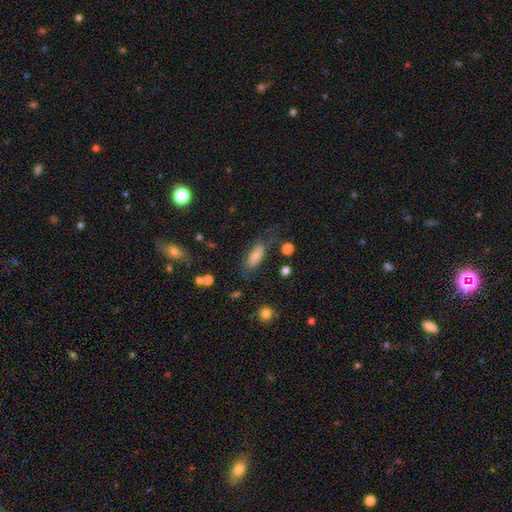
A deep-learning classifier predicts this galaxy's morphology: Smooth or featured? smooth (73%)
How rounded? in between (83%)
Merging? none (54%)